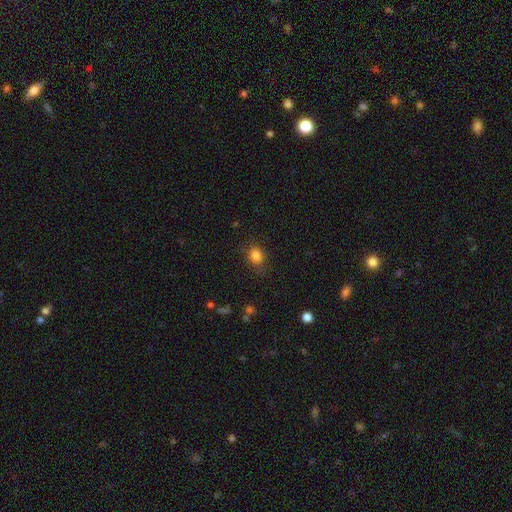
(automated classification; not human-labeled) Smooth or featured? smooth (83%)
How rounded? round (54%)
Merging? none (80%)